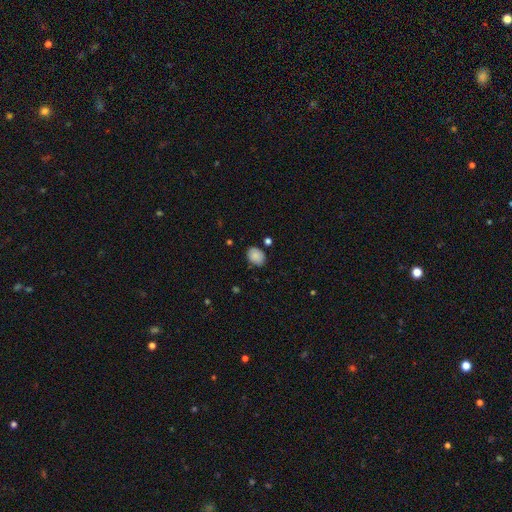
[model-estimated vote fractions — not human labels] Smooth or featured? smooth (86%)
How rounded? in between (66%)
Merging? none (78%)